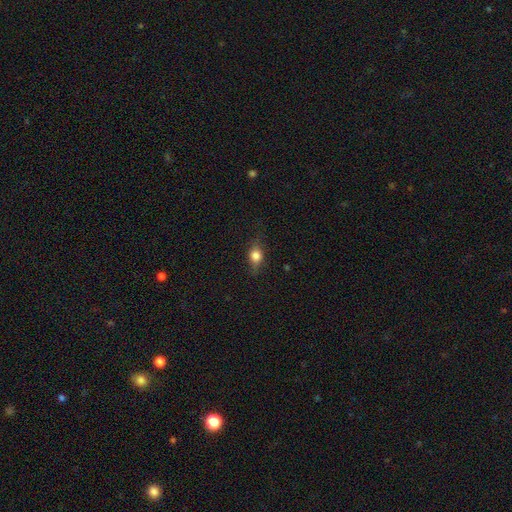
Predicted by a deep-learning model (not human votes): Q: Smooth or featured?
A: smooth (66%); runner-up: featured or disk (23%)
Q: How rounded?
A: in between (50%); runner-up: round (41%)
Q: Merging?
A: none (76%); runner-up: minor disturbance (18%)